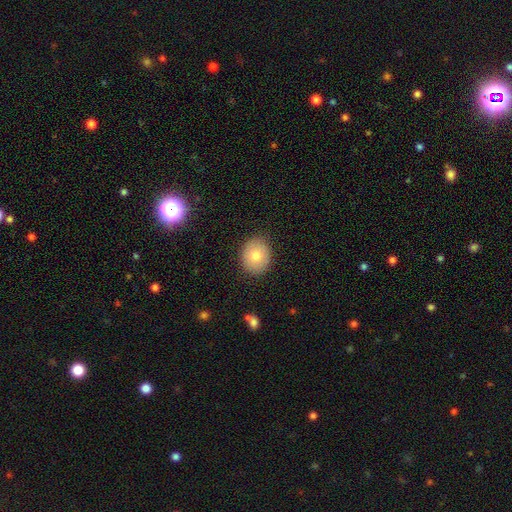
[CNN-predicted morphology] This is likely a smooth galaxy (74%). How rounded: likely round (63%). Merging: clearly none (86%).